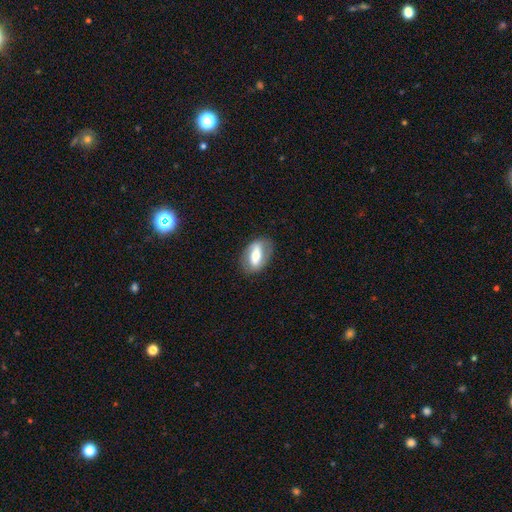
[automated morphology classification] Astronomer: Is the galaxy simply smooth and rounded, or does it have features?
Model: featured or disk — 51% (runner-up: smooth, 42%).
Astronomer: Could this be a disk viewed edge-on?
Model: no — 83%.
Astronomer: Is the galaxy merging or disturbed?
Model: none — 79%.